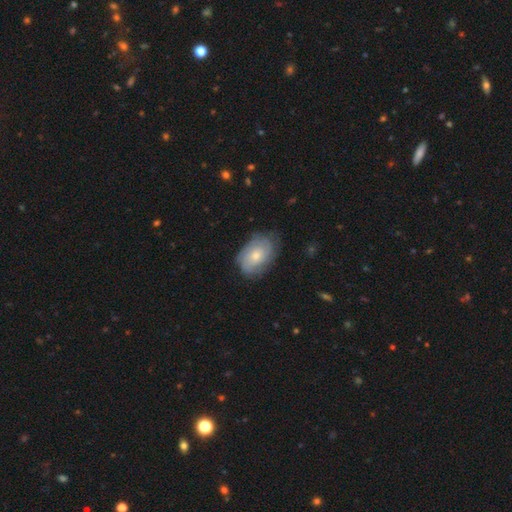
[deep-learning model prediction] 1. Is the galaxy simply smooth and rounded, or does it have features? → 50% featured or disk, 43% smooth, 7% star or artifact.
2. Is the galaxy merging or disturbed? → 69% none, 23% minor disturbance, 7% major disturbance, 1% merger.